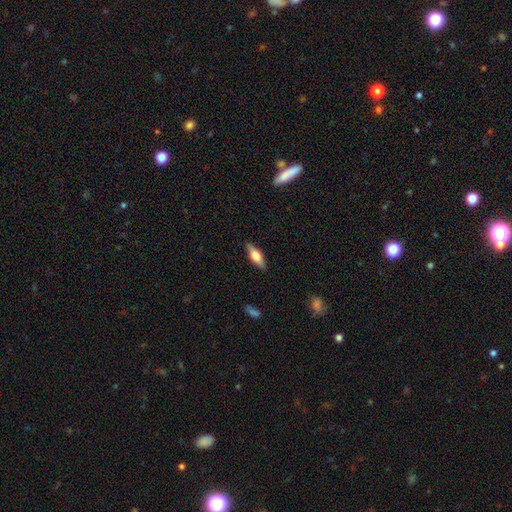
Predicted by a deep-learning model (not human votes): Smooth or featured? smooth (53%)
How rounded? in between (58%)
Merging? none (87%)